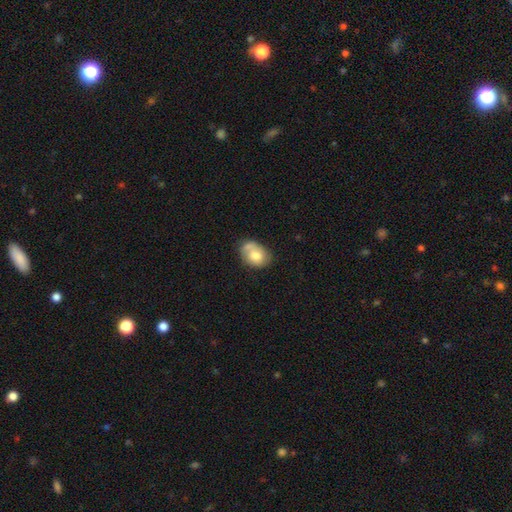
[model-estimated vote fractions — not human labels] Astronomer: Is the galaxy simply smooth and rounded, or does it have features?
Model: smooth — 70%.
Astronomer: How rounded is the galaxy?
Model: in between — 70%.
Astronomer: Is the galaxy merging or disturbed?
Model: none — 43% (runner-up: minor disturbance, 25%).